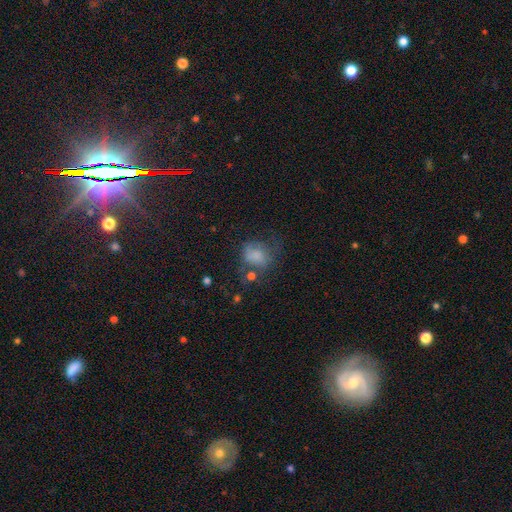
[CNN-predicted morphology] smooth_or_featured: smooth (p=0.67) [alt: featured or disk p=0.20]
how_rounded: round (p=0.51) [alt: in between p=0.48]
merging: none (p=0.33) [tied with: major disturbance p=0.33]